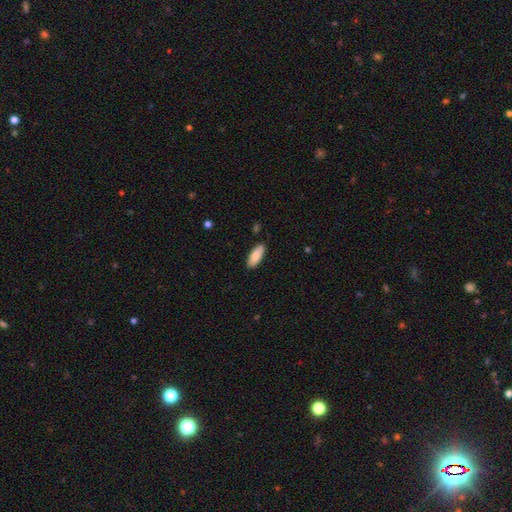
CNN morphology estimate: smooth-or-featured: smooth: 87% | featured or disk: 7% | star or artifact: 6%
  how-rounded: in between: 76% | cigar-shaped: 23% | round: 2%
  merging: none: 87% | minor disturbance: 10% | major disturbance: 2% | merger: 1%